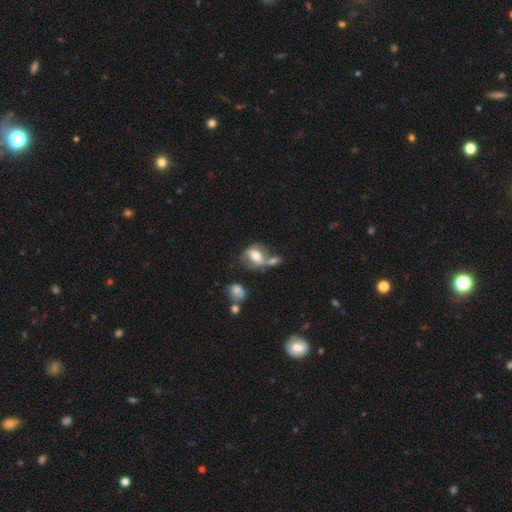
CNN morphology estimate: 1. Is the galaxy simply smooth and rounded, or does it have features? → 51% smooth, 40% featured or disk, 9% star or artifact.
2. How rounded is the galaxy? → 68% in between, 29% round, 4% cigar-shaped.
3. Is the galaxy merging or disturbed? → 37% merger, 36% none, 16% minor disturbance, 10% major disturbance.